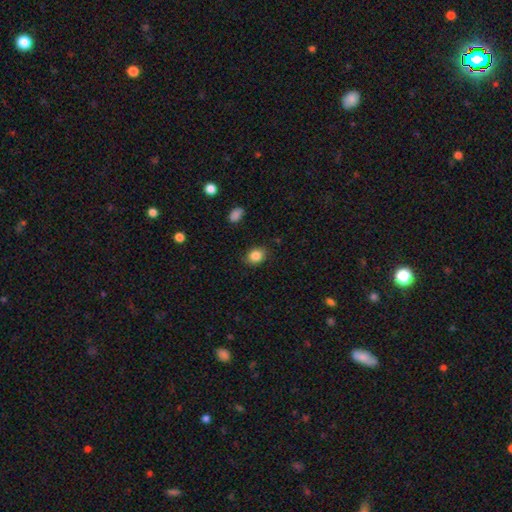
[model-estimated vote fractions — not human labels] This is clearly a smooth galaxy (86%). How rounded: possibly in between (53%). Merging: clearly none (85%).